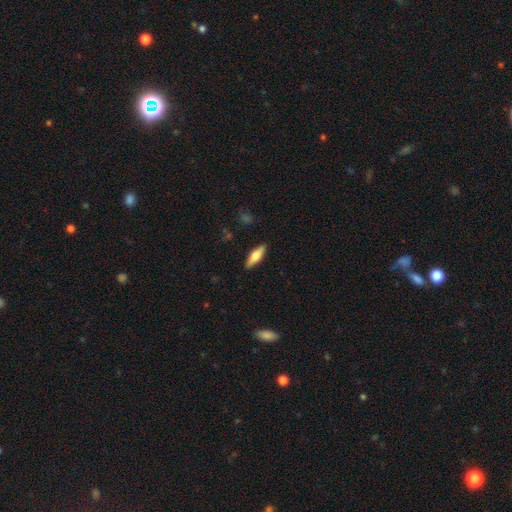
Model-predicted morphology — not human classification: Smooth or featured: smooth — 57% (featured or disk — 37%)
How rounded: cigar-shaped — 54% (in between — 44%)
Merging: none — 89% (minor disturbance — 8%)